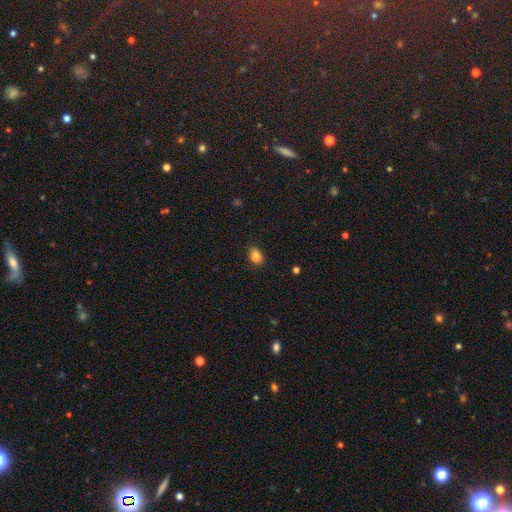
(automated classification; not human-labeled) The model was most divided on "how rounded": in between: 76%, round: 22%, cigar-shaped: 1%. More confident: smooth or featured — smooth (84%); merging — none (80%).